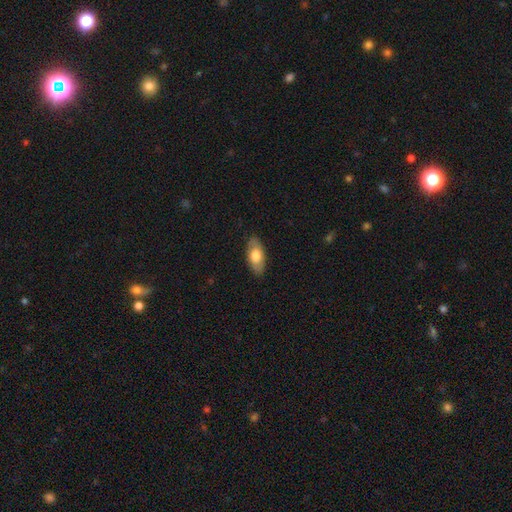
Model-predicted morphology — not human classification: smooth-or-featured: smooth: 71% | featured or disk: 23% | star or artifact: 6%
  how-rounded: in between: 90% | cigar-shaped: 7% | round: 3%
  merging: none: 85% | minor disturbance: 11% | major disturbance: 2% | merger: 1%